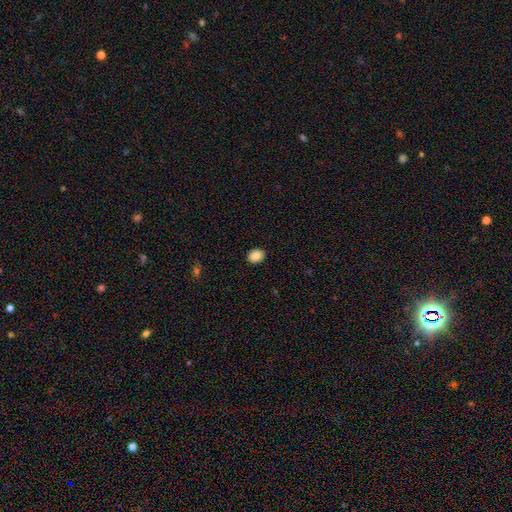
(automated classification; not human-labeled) Smooth or featured? Predicted: smooth (p=0.88). How rounded? Predicted: in between (p=0.59). Merging? Predicted: none (p=0.91).